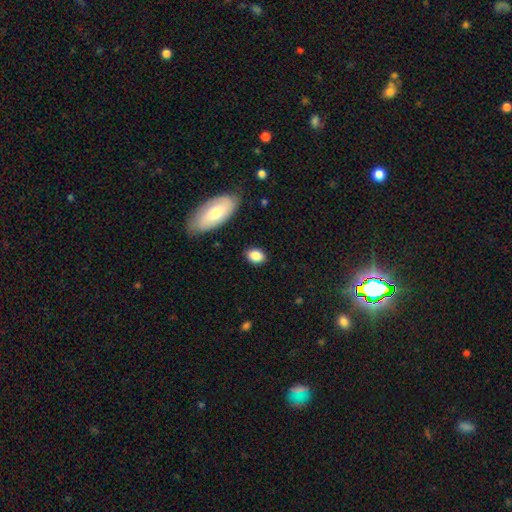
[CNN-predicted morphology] Smooth or featured: smooth — 86% (star or artifact — 8%)
How rounded: in between — 78% (round — 20%)
Merging: none — 84% (minor disturbance — 11%)